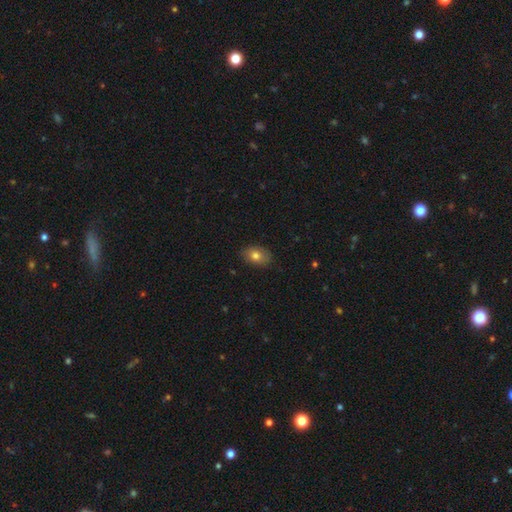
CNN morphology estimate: Smooth or featured?
  - smooth: 78% *
  - featured or disk: 13%
  - star or artifact: 9%
How rounded?
  - in between: 81% *
  - round: 18%
  - cigar-shaped: 1%
Merging?
  - none: 84% *
  - minor disturbance: 12%
  - major disturbance: 2%
  - merger: 1%